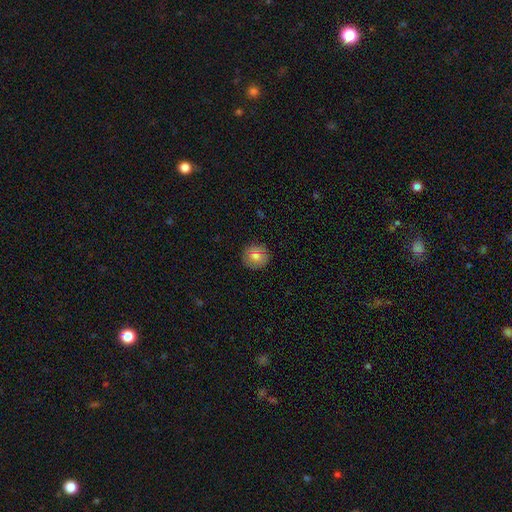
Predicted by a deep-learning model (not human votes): Smooth or featured: smooth — 75% (featured or disk — 16%)
How rounded: round — 92% (in between — 7%)
Merging: none — 88% (minor disturbance — 9%)